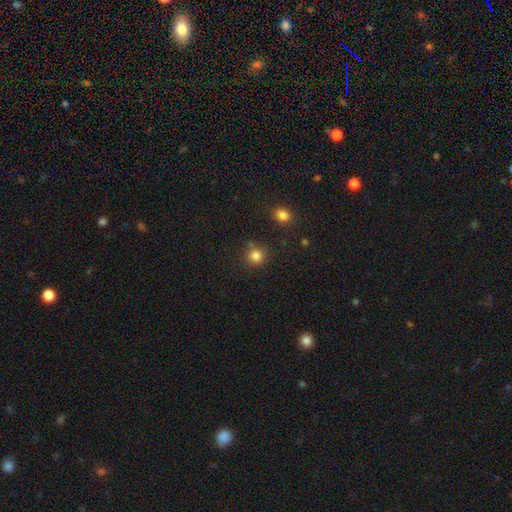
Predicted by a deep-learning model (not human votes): Smooth or featured? smooth (82%)
How rounded? round (89%)
Merging? none (78%)